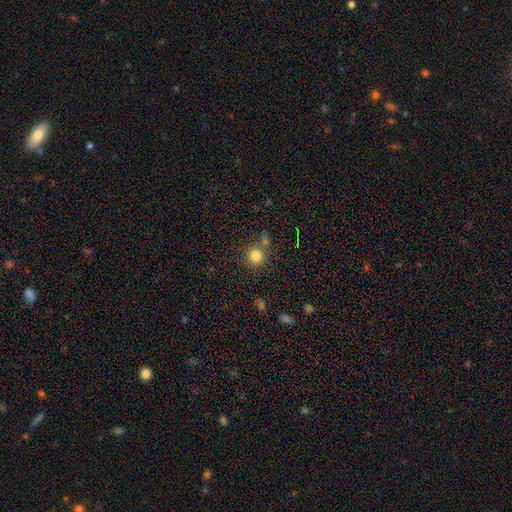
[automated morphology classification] The model was most divided on "merging": none: 70%, merger: 18%, minor disturbance: 9%, major disturbance: 4%. More confident: how rounded — round (91%); smooth or featured — smooth (82%).